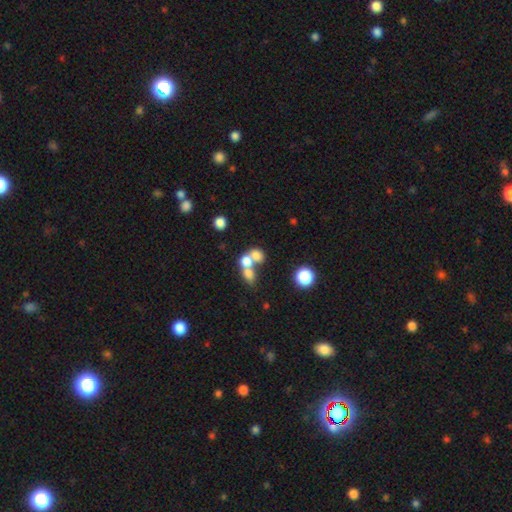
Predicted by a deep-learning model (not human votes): Morphology: type=smooth (68%); roundness=round (56%); merging=merger (61%).